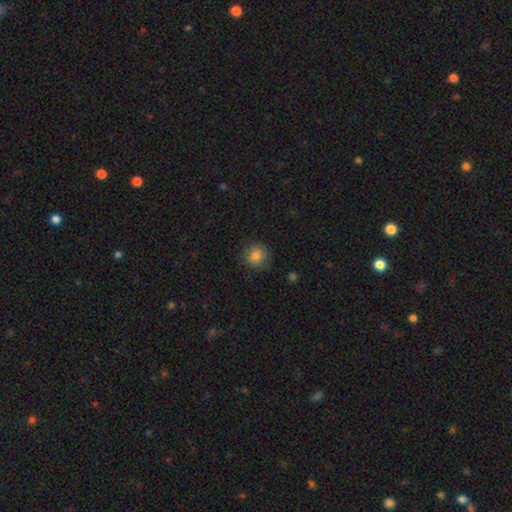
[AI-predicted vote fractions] This appears to be a smooth galaxy with no disk features (82%) that is round (87%). Merging: none (86%).